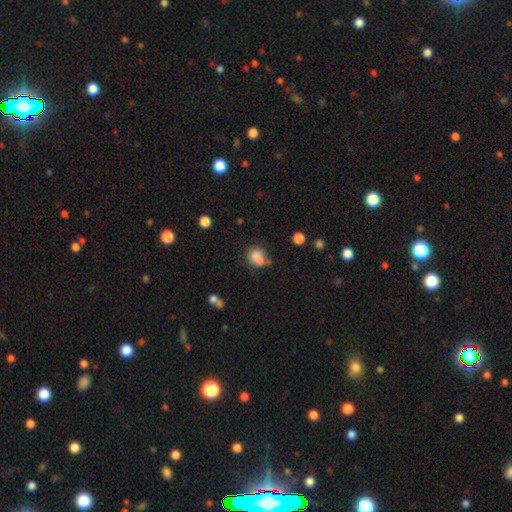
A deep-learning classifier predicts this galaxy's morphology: A smooth galaxy with no disk features (75%) that is round (62%).

Vote fractions:
- Smooth or featured? smooth: 75% / featured or disk: 13% / star or artifact: 12%
- How rounded? round: 62% / in between: 37% / cigar-shaped: 1%
- Merging? merger: 39% (tied) / none: 39% (tied) / minor disturbance: 15% / major disturbance: 7%